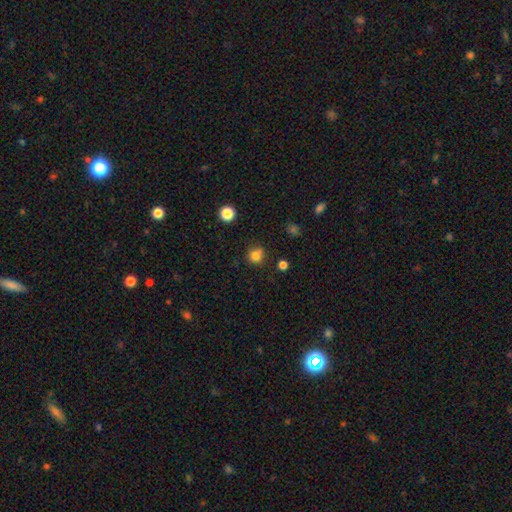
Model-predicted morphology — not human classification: Smooth or featured?
  - smooth: 81% *
  - star or artifact: 14%
  - featured or disk: 5%
How rounded?
  - round: 91% *
  - in between: 8%
  - cigar-shaped: 1%
Merging?
  - none: 78% *
  - minor disturbance: 13%
  - merger: 6%
  - major disturbance: 3%